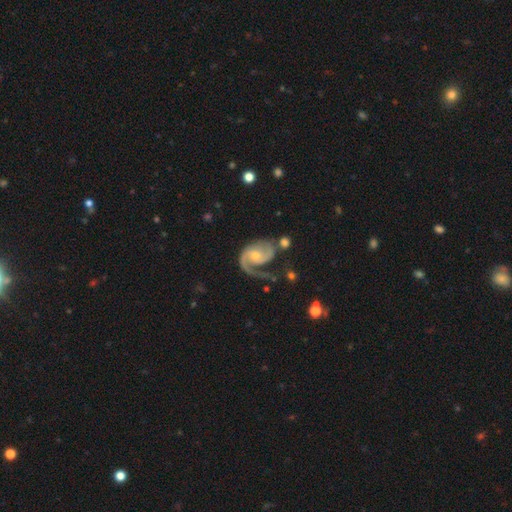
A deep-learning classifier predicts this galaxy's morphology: A featured or disk galaxy (89%) with no bar (61%), 2 (70%) medium (52%) spiral arms (97%) and a small central bulge (59%). Merging: none (49%).